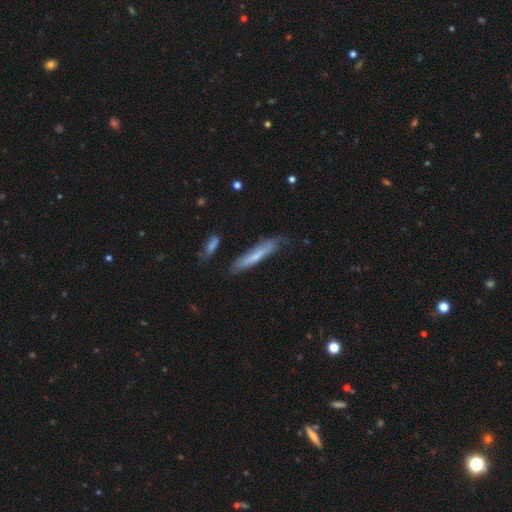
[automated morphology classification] Smooth or featured: smooth — 53% (featured or disk — 40%)
How rounded: cigar-shaped — 89% (in between — 9%)
Merging: none — 66% (minor disturbance — 24%)